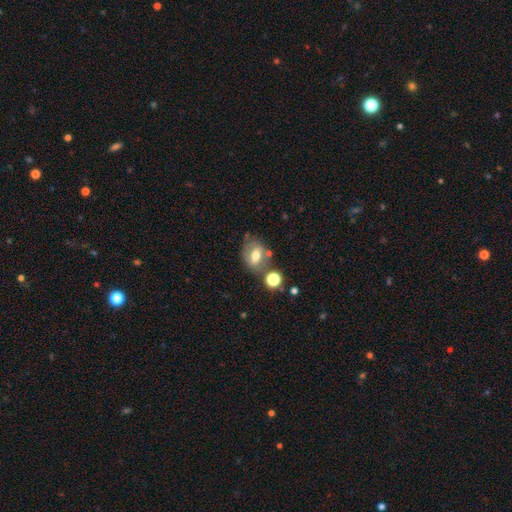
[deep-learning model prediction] Q: Smooth or featured?
A: smooth (56%); runner-up: featured or disk (33%)
Q: How rounded?
A: in between (64%); runner-up: round (34%)
Q: Merging?
A: none (58%); runner-up: minor disturbance (18%)